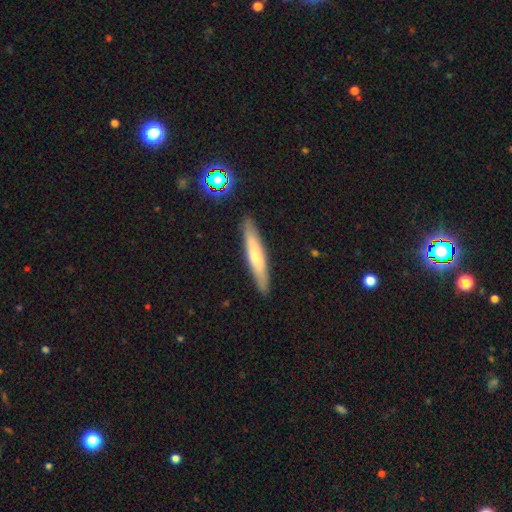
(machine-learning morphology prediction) Overall: smooth (57%; featured or disk 37%). How rounded: cigar-shaped (91%). Merging: none (89%).